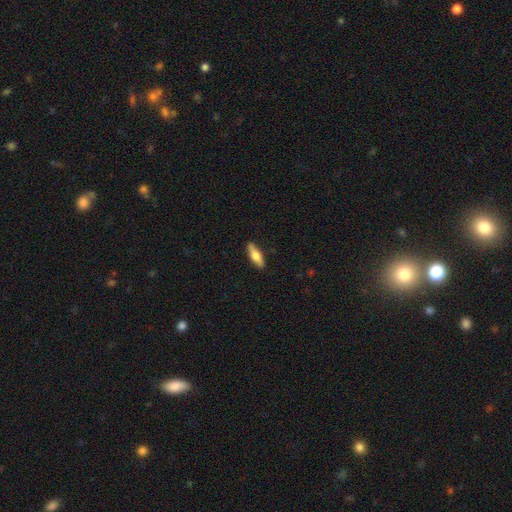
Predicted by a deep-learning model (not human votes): Smooth or featured? Predicted: smooth (p=0.61). How rounded? Predicted: cigar-shaped (p=0.50). Merging? Predicted: none (p=0.87).